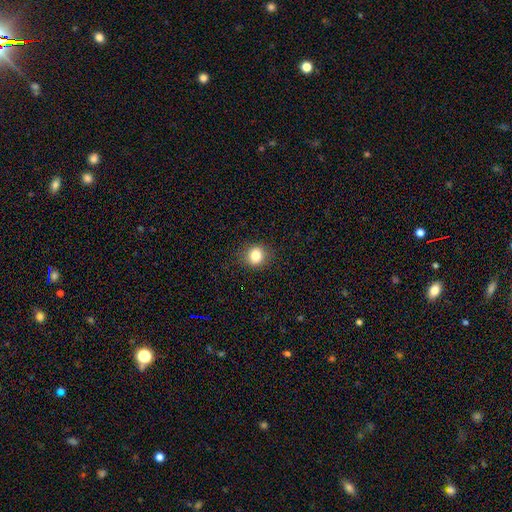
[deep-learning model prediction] smooth-or-featured: smooth: 83% | star or artifact: 11% | featured or disk: 6%
  how-rounded: round: 82% | in between: 17% | cigar-shaped: 1%
  merging: none: 86% | minor disturbance: 10% | major disturbance: 3% | merger: 1%